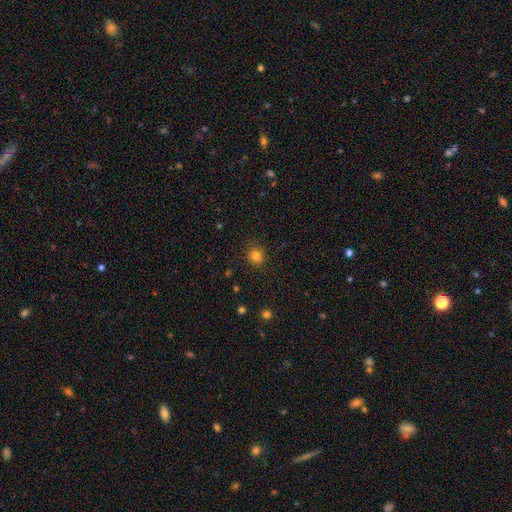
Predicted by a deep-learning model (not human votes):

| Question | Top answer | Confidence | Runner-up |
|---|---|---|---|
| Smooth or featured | smooth | 81% | star or artifact (13%) |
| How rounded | round | 85% | in between (14%) |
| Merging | none | 88% | minor disturbance (9%) |